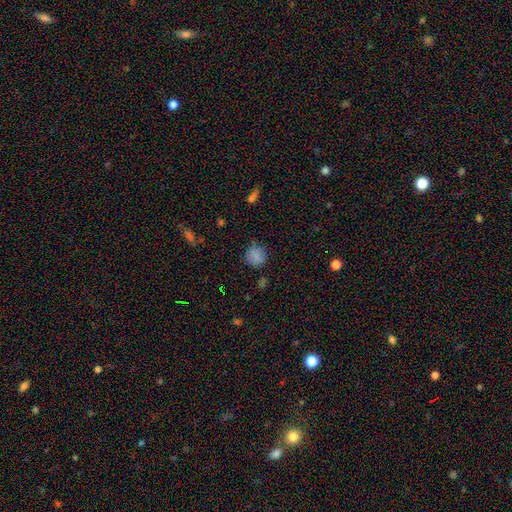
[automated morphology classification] Smooth or featured?
  - smooth: 80% *
  - star or artifact: 14%
  - featured or disk: 7%
How rounded?
  - round: 82% *
  - in between: 17%
  - cigar-shaped: 1%
Merging?
  - none: 75% *
  - minor disturbance: 18%
  - major disturbance: 5%
  - merger: 2%